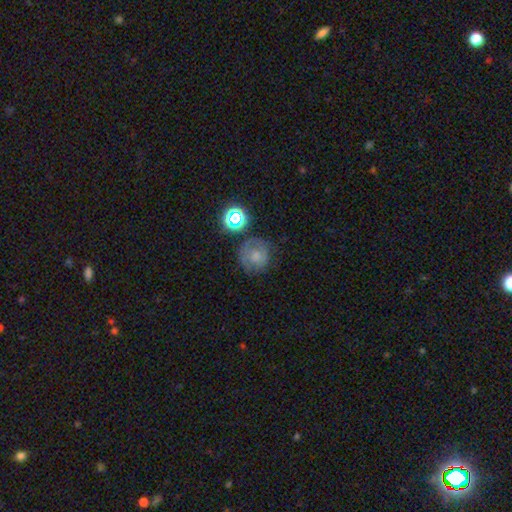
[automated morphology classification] Smooth or featured: smooth — 60% (featured or disk — 26%)
How rounded: round — 89% (in between — 10%)
Merging: none — 64% (minor disturbance — 21%)